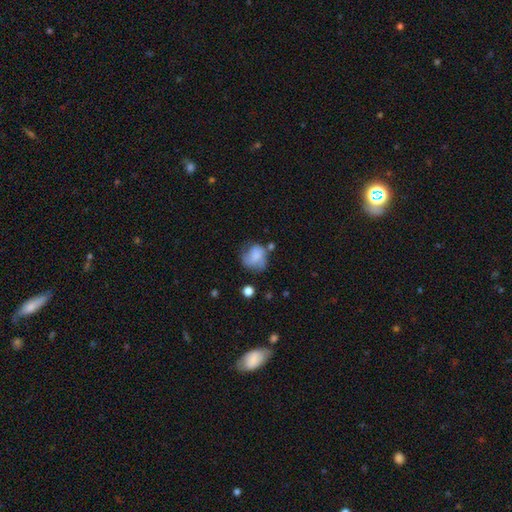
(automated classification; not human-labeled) A smooth galaxy with no disk features (58%) that is round (60%).

Vote fractions:
- Smooth or featured? smooth: 58% / featured or disk: 32% / star or artifact: 9%
- How rounded? round: 60% / in between: 39% / cigar-shaped: 1%
- Merging? none: 42% / minor disturbance: 28% / major disturbance: 22% / merger: 7%